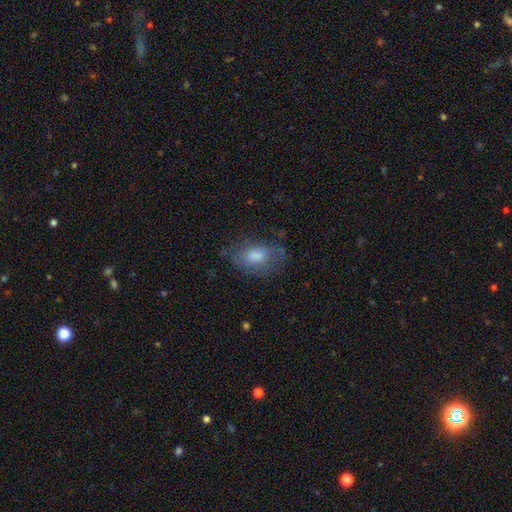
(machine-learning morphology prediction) Smooth or featured? Predicted: smooth (p=0.65). How rounded? Predicted: in between (p=0.85). Merging? Predicted: none (p=0.61).